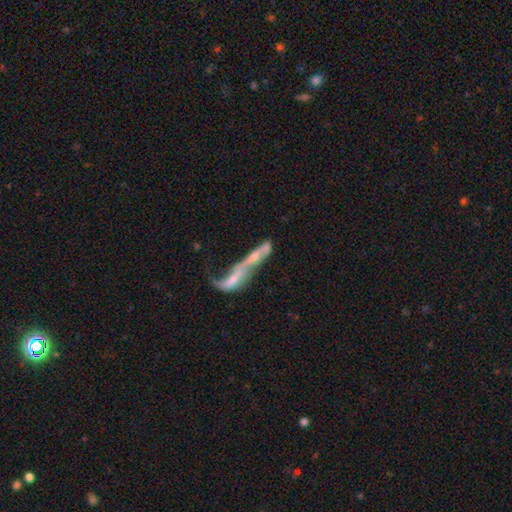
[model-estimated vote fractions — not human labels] A featured or disk galaxy (51%).

Vote fractions:
- Smooth or featured? featured or disk: 51% / smooth: 40% / star or artifact: 9%
- Edge-on disk? no: 73% / yes: 27%
- Merging? merger: 70% / major disturbance: 14% / none: 10% / minor disturbance: 6%